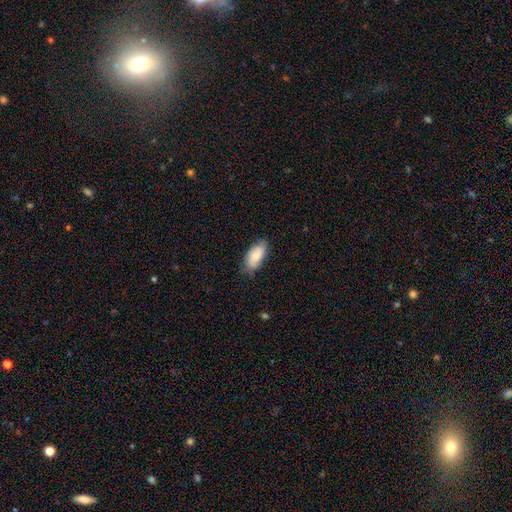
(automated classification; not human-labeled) smooth 66%, featured or disk 27%, star or artifact 7%. Down the decision tree: how rounded — in between (91%); merging — none (72%).